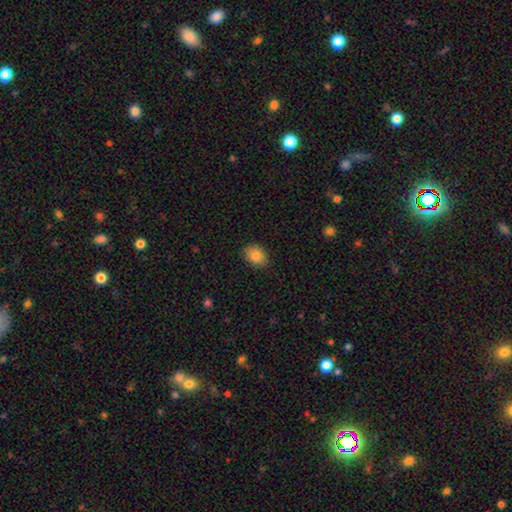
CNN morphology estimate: This appears to be a smooth galaxy with no disk features (84%) that is in between round and cigar-shaped (65%). Merging: none (84%).